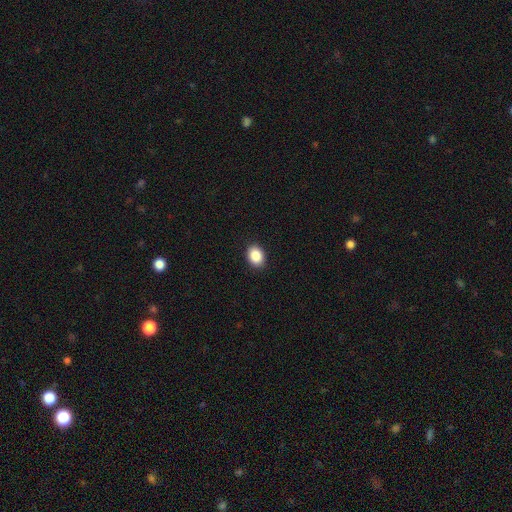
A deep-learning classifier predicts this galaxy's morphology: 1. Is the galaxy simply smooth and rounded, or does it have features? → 88% smooth, 8% star or artifact, 4% featured or disk.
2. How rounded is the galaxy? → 68% in between, 31% round, 1% cigar-shaped.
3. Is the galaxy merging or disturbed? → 90% none, 7% minor disturbance, 2% major disturbance, 1% merger.